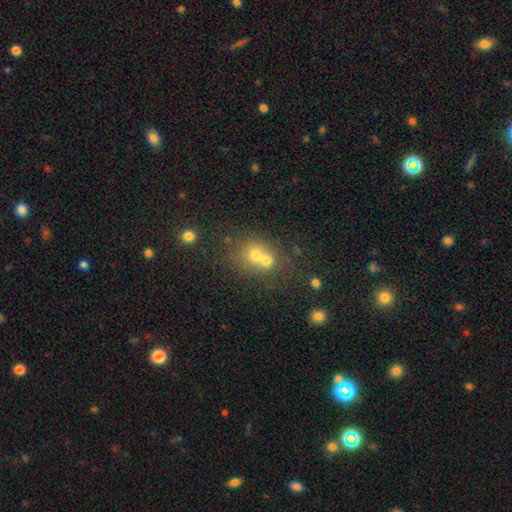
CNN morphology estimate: smooth-or-featured: smooth: 66% | featured or disk: 19% | star or artifact: 15%
  how-rounded: round: 77% | in between: 22% | cigar-shaped: 1%
  merging: merger: 59% | none: 32% | minor disturbance: 6% | major disturbance: 3%